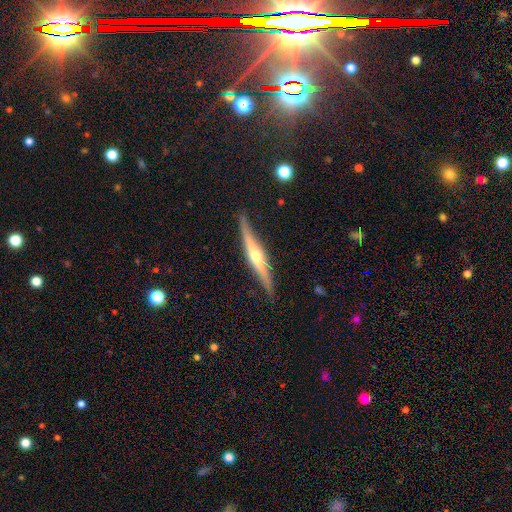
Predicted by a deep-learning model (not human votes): smooth_or_featured: featured or disk (p=0.73) [alt: smooth p=0.21]
disk_edge_on: yes (p=0.96) [alt: no p=0.04]
edge_on_bulge: rounded (p=0.85) [alt: none p=0.09]
merging: none (p=0.86) [alt: minor disturbance p=0.10]